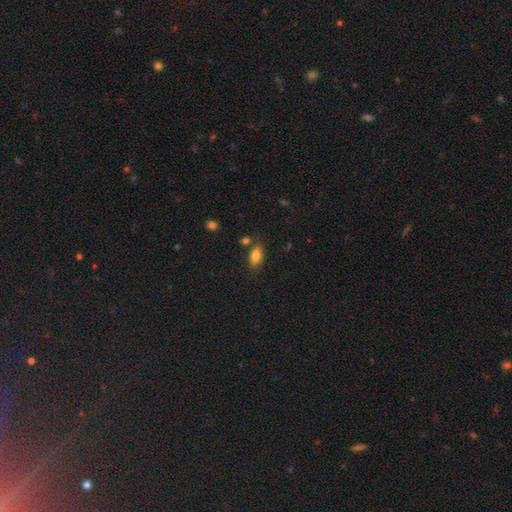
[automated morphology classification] This appears to be a smooth galaxy with no disk features (81%) that is in between round and cigar-shaped (87%). Merging: none (77%).